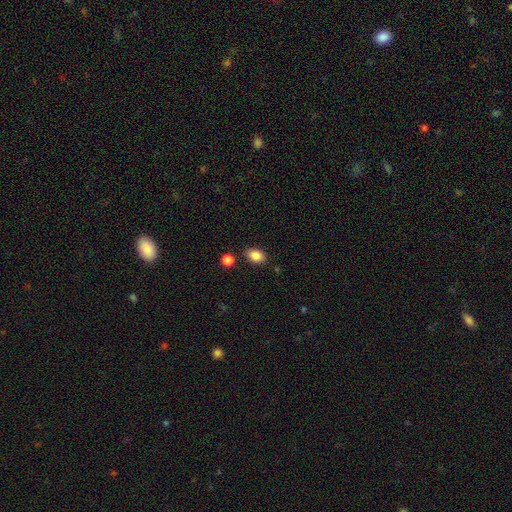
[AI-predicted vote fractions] Smooth or featured: smooth — 87% (star or artifact — 9%)
How rounded: in between — 81% (round — 18%)
Merging: none — 82% (minor disturbance — 11%)